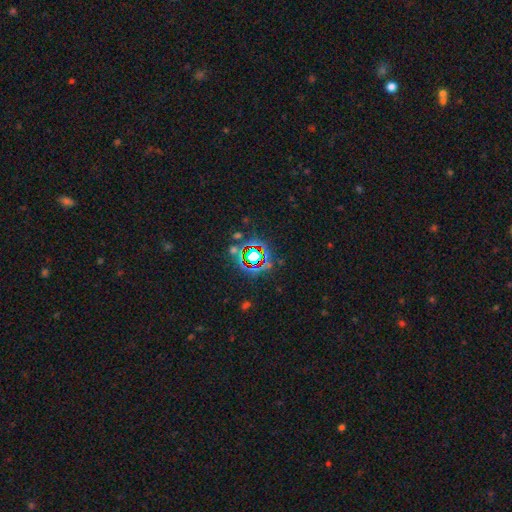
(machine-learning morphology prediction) smooth_or_featured: star or artifact (p=0.73) [alt: smooth p=0.16]